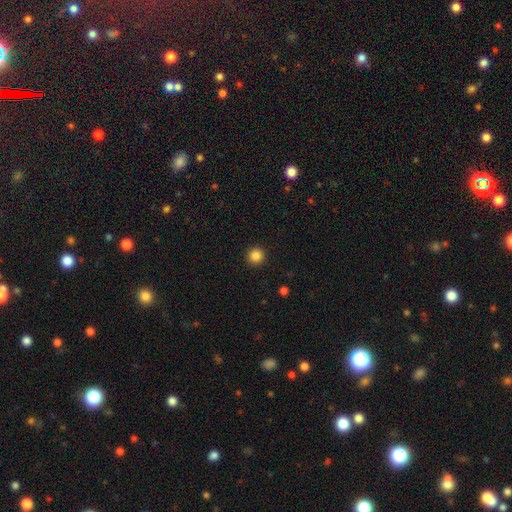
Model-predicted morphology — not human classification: Smooth or featured? smooth (86%)
How rounded? round (95%)
Merging? none (93%)